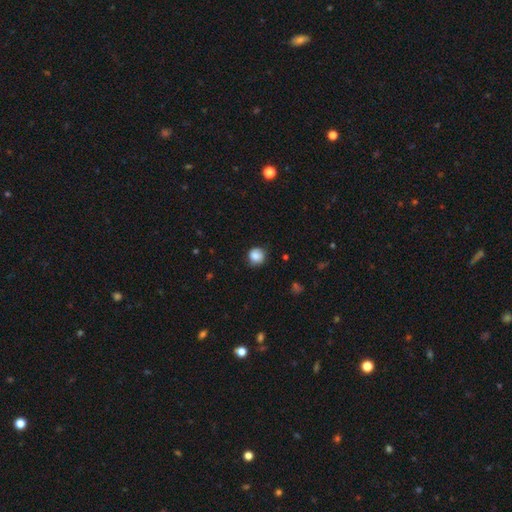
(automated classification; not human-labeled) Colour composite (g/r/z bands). It shows a smooth galaxy with no disk features (83%) that is round (89%). Merging: none (77%).